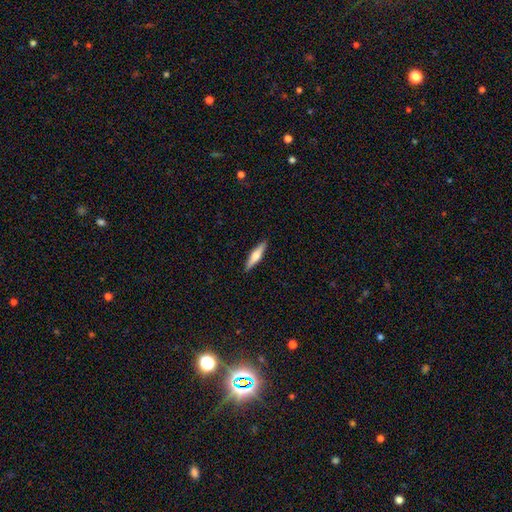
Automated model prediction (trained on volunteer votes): Q: Smooth or featured?
A: smooth (49%); runner-up: featured or disk (45%)
Q: Merging?
A: none (91%); runner-up: minor disturbance (7%)